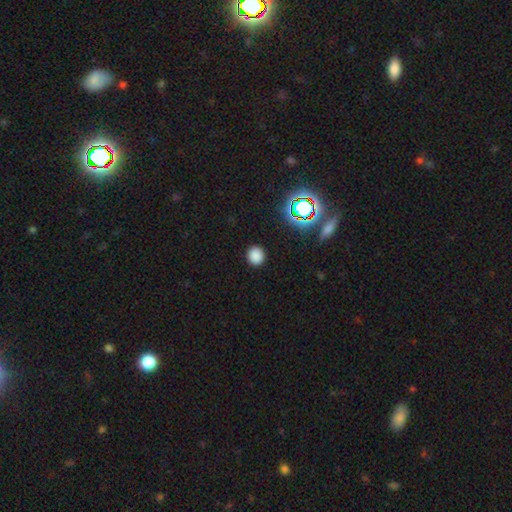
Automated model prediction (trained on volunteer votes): smooth-or-featured: smooth: 81% | star or artifact: 16% | featured or disk: 4%
  how-rounded: round: 88% | in between: 10% | cigar-shaped: 1%
  merging: none: 91% | minor disturbance: 6% | major disturbance: 2% | merger: 1%